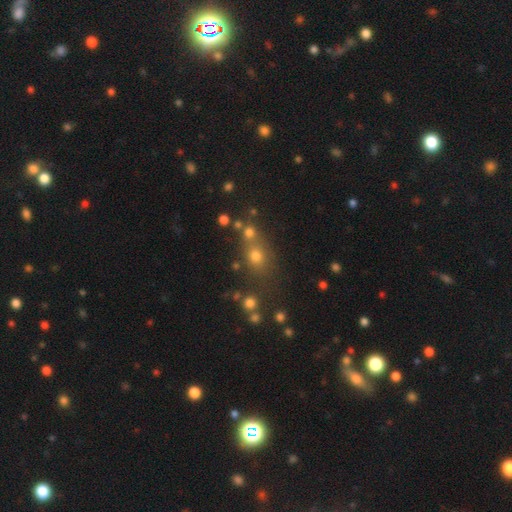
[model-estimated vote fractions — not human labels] Overall: smooth (64%; star or artifact 24%). How rounded: round (70%). Merging: none (60%; merger 24%).